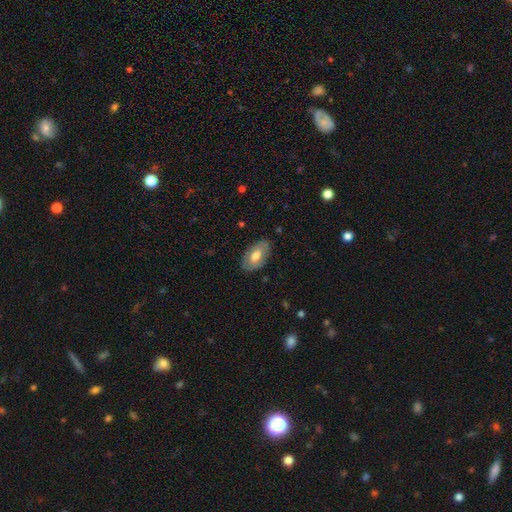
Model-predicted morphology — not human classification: smooth-or-featured: smooth: 58% | featured or disk: 37% | star or artifact: 6%
  how-rounded: in between: 93% | round: 5% | cigar-shaped: 2%
  merging: none: 82% | minor disturbance: 14% | major disturbance: 3% | merger: 1%